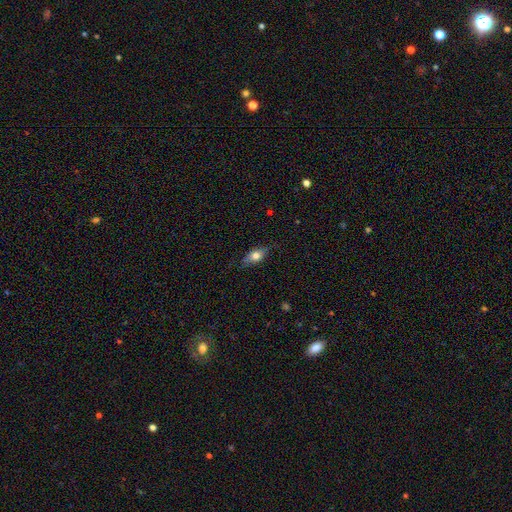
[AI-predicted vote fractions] A smooth galaxy with no disk features (66%) that is in between round and cigar-shaped (78%).

Vote fractions:
- Smooth or featured? smooth: 66% / featured or disk: 27% / star or artifact: 7%
- How rounded? in between: 78% / cigar-shaped: 16% / round: 6%
- Merging? none: 78% / minor disturbance: 17% / major disturbance: 3% / merger: 1%